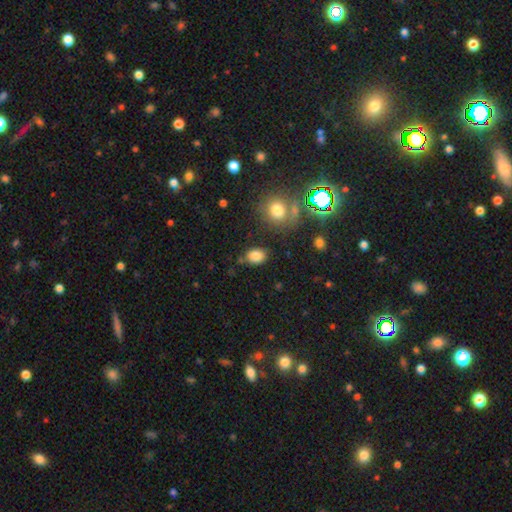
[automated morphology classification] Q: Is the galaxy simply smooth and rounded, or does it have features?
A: smooth — 83%.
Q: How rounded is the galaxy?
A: in between — 71%.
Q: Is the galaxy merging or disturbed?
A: none — 78%.